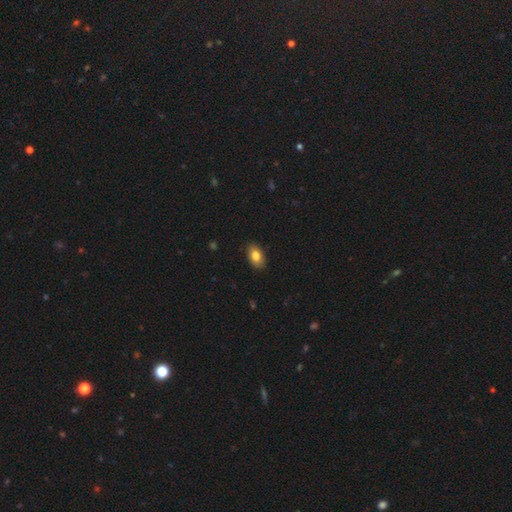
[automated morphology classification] The model was most divided on "smooth or featured": smooth: 83%, featured or disk: 10%, star or artifact: 7%. More confident: how rounded — in between (91%); merging — none (88%).